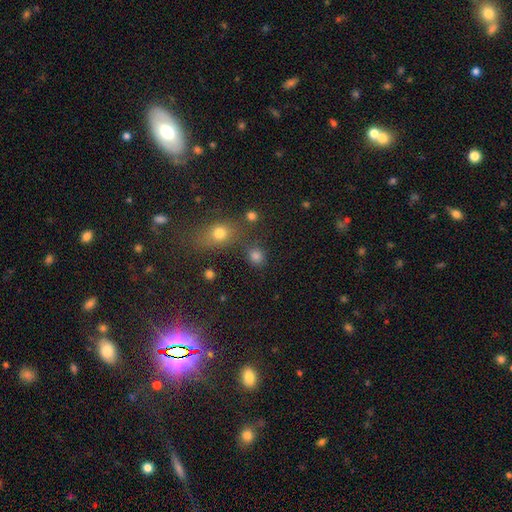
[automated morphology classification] Smooth or featured: smooth — 79% (star or artifact — 16%)
How rounded: round — 80% (in between — 18%)
Merging: none — 73% (merger — 12%)